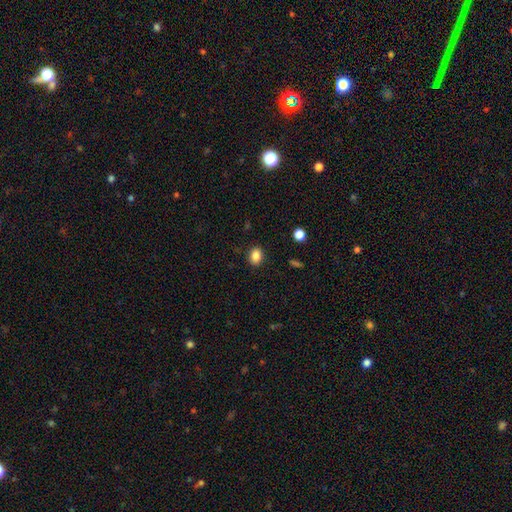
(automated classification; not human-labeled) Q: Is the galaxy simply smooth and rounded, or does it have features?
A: smooth — 86%.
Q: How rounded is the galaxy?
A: in between — 63%.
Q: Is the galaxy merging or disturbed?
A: none — 89%.